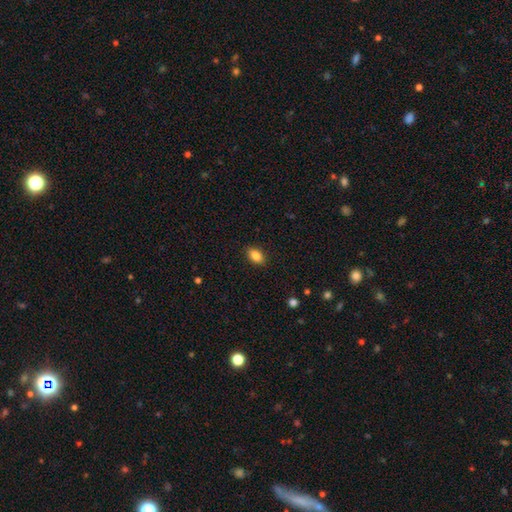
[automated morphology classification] smooth-or-featured: smooth: 85% | star or artifact: 9% | featured or disk: 6%
  how-rounded: in between: 86% | round: 11% | cigar-shaped: 3%
  merging: none: 88% | minor disturbance: 9% | major disturbance: 2% | merger: 1%